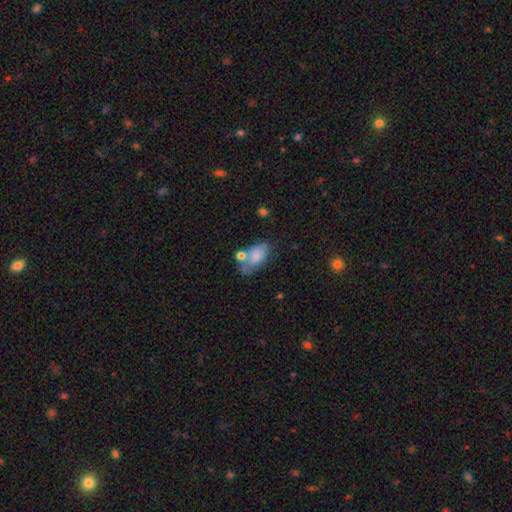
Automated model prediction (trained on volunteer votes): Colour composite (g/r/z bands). It shows a smooth galaxy with no disk features (76%) that is in between round and cigar-shaped (91%). Merging: none (39%).